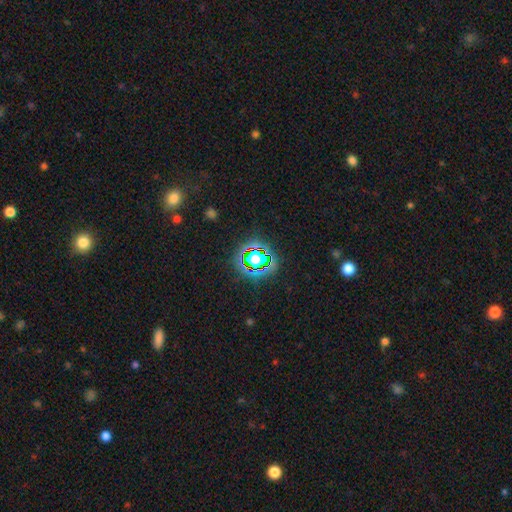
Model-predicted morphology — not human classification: Overall: star or artifact (76%).